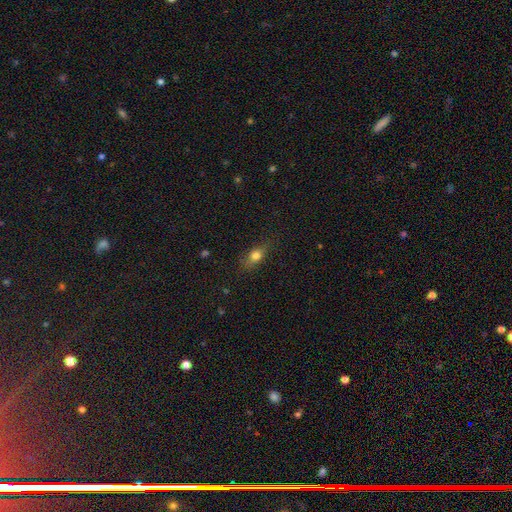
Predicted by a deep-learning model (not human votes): A smooth galaxy with no disk features (75%) that is in between round and cigar-shaped (66%). Merging: none (72%).